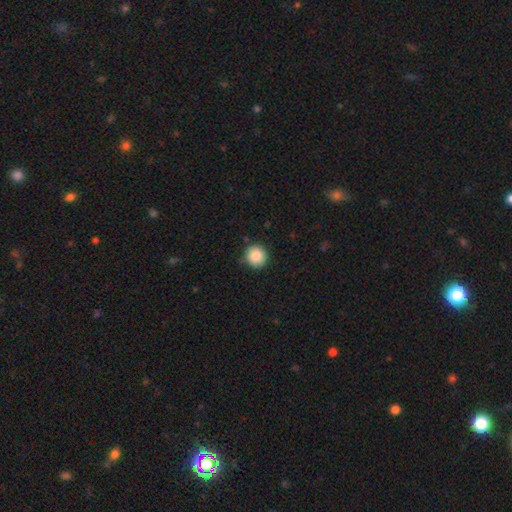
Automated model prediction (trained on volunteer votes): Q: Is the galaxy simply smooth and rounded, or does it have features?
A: smooth — 86%.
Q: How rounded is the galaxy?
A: round — 94%.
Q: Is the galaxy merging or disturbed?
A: none — 87%.